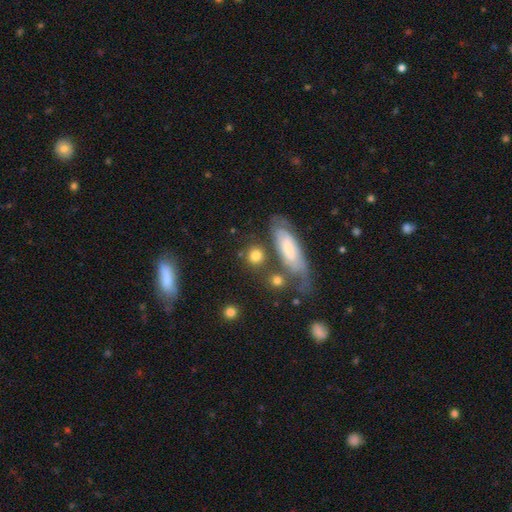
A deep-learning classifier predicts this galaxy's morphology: smooth_or_featured: smooth (p=0.76) [alt: featured or disk p=0.15]
how_rounded: round (p=0.81) [alt: in between p=0.14]
merging: none (p=0.68) [alt: minor disturbance p=0.13]